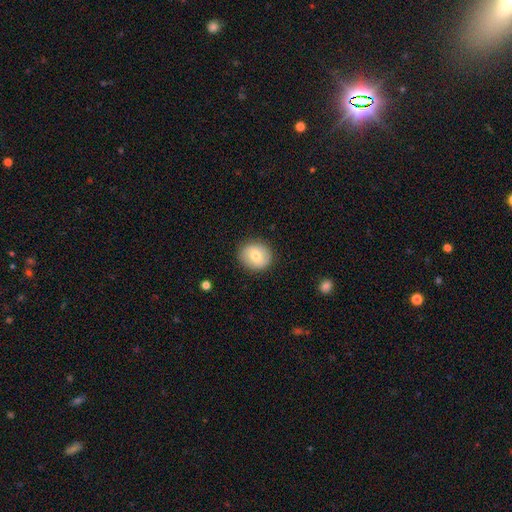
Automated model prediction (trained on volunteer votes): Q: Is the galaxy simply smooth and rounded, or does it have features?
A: smooth — 73%.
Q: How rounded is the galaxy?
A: round — 79%.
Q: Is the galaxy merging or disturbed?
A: none — 88%.